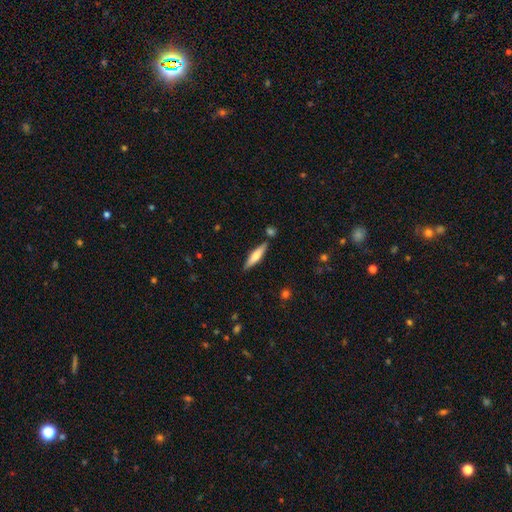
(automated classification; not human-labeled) Q: Smooth or featured?
A: smooth (53%); runner-up: featured or disk (41%)
Q: How rounded?
A: cigar-shaped (80%); runner-up: in between (18%)
Q: Merging?
A: none (84%); runner-up: minor disturbance (9%)